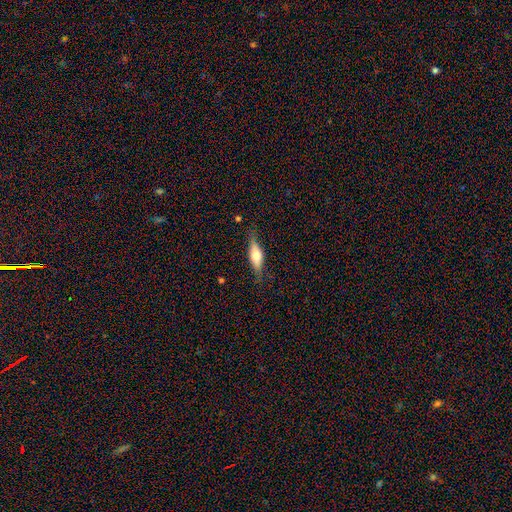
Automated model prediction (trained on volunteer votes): Smooth or featured? Predicted: featured or disk (p=0.51). Edge-on disk? Predicted: yes (p=0.90). Merging? Predicted: none (p=0.79).